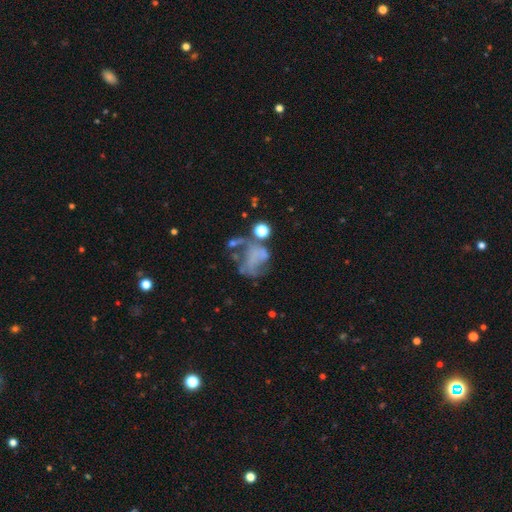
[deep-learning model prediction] The model was most divided on "merging": major disturbance: 43%, none: 27%, minor disturbance: 17%, merger: 13%. More confident: edge-on disk — no (98%); bar — no (84%); bulge size — none (81%); spiral arms — no (62%); smooth or featured — featured or disk (54%).